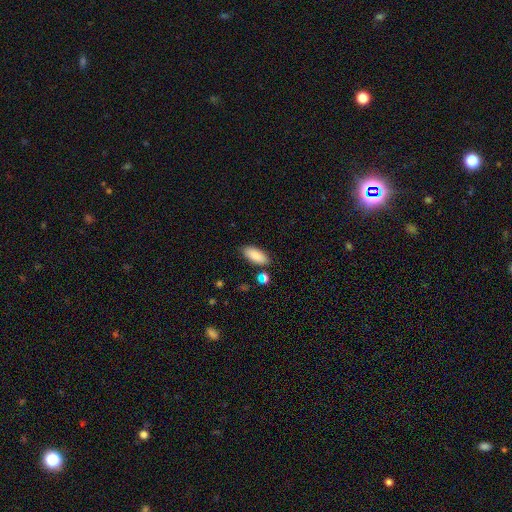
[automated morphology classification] smooth-or-featured: smooth: 88% | star or artifact: 6% | featured or disk: 6%
  how-rounded: in between: 84% | cigar-shaped: 14% | round: 2%
  merging: none: 82% | minor disturbance: 11% | merger: 5% | major disturbance: 3%